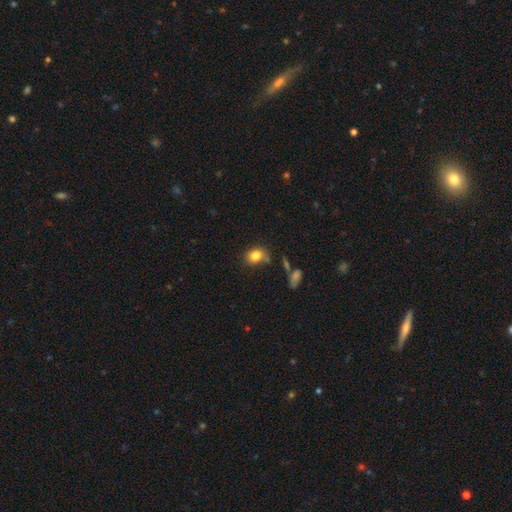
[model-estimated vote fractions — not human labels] This is clearly a smooth galaxy (82%). How rounded: possibly in between (54%). Merging: likely none (65%).